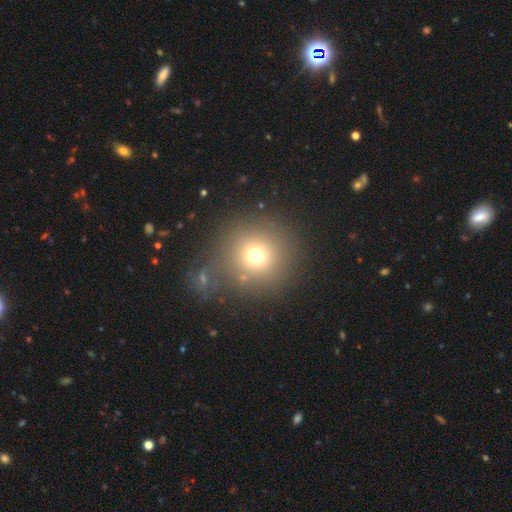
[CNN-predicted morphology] Smooth or featured? Predicted: smooth (p=0.71). How rounded? Predicted: round (p=0.94). Merging? Predicted: none (p=0.73).